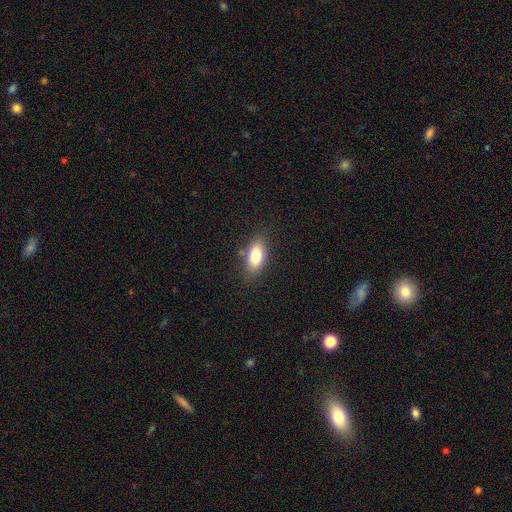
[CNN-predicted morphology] A smooth galaxy with no disk features (78%) that is in between round and cigar-shaped (84%). Merging: none (80%).